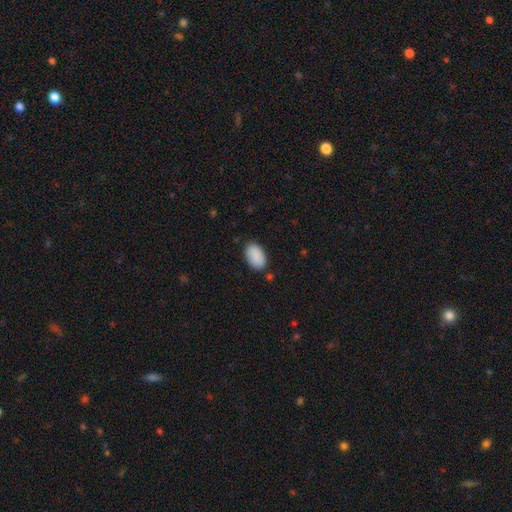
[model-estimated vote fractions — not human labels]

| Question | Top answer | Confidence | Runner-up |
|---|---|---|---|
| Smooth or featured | smooth | 91% | star or artifact (6%) |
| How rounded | in between | 94% | round (4%) |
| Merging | none | 85% | minor disturbance (11%) |